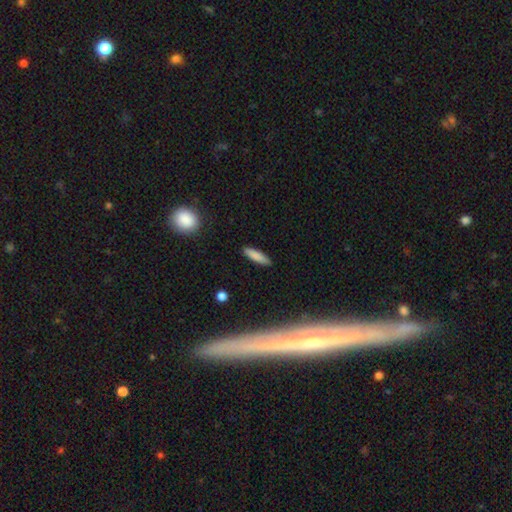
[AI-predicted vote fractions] A smooth galaxy with no disk features (83%) that is cigar-shaped (71%).

Vote fractions:
- Smooth or featured? smooth: 83% / featured or disk: 9% / star or artifact: 7%
- How rounded? cigar-shaped: 71% / in between: 27% / round: 2%
- Merging? none: 88% / minor disturbance: 9% / major disturbance: 2% / merger: 1%